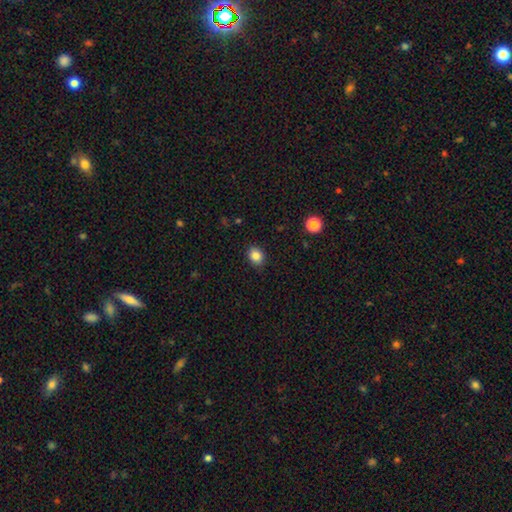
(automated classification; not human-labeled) A smooth galaxy with no disk features (84%) that is round (54%).

Vote fractions:
- Smooth or featured? smooth: 84% / star or artifact: 10% / featured or disk: 5%
- How rounded? round: 54% / in between: 45% / cigar-shaped: 1%
- Merging? none: 88% / minor disturbance: 9% / major disturbance: 2% / merger: 1%